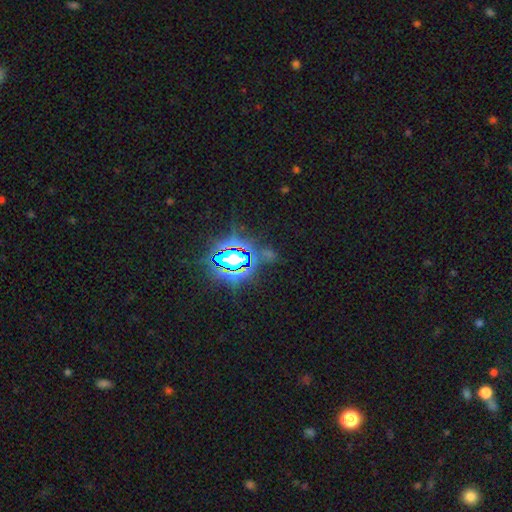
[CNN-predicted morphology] The model was most divided on "smooth or featured": star or artifact: 82%, smooth: 11%, featured or disk: 7%.